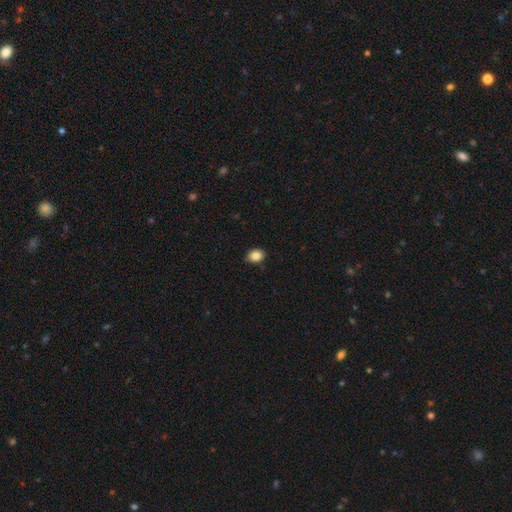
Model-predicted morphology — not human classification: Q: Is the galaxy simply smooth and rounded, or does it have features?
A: smooth — 86%.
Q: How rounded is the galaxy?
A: in between — 59%.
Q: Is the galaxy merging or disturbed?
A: none — 80%.